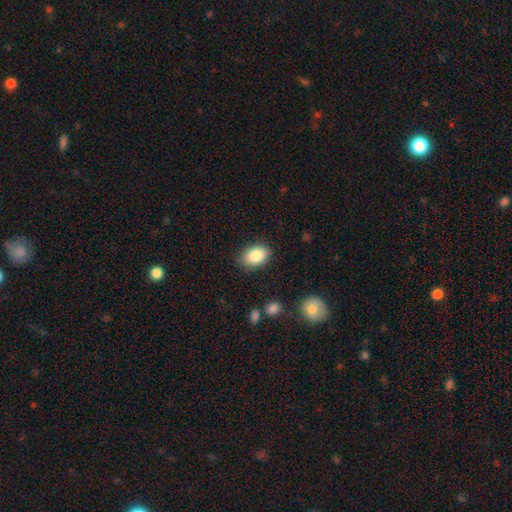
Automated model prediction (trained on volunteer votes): Smooth or featured?
  - smooth: 85% *
  - star or artifact: 8%
  - featured or disk: 7%
How rounded?
  - in between: 85% *
  - round: 14%
  - cigar-shaped: 1%
Merging?
  - none: 82% *
  - minor disturbance: 14%
  - major disturbance: 3%
  - merger: 1%